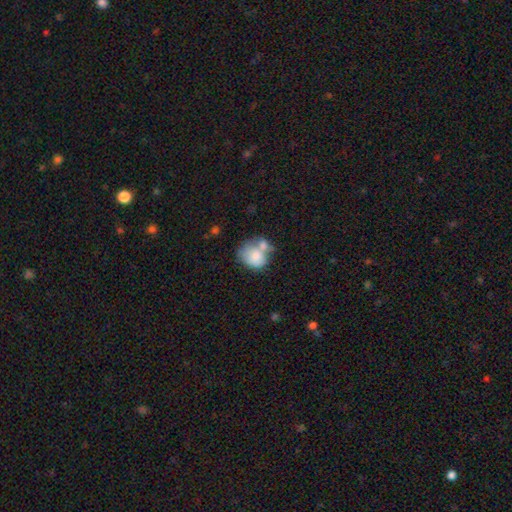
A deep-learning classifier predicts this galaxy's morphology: A smooth galaxy with no disk features (75%) that is round (57%).

Vote fractions:
- Smooth or featured? smooth: 75% / featured or disk: 17% / star or artifact: 8%
- How rounded? round: 57% / in between: 42% / cigar-shaped: 1%
- Merging? merger: 49% / none: 26% / minor disturbance: 15% / major disturbance: 10%